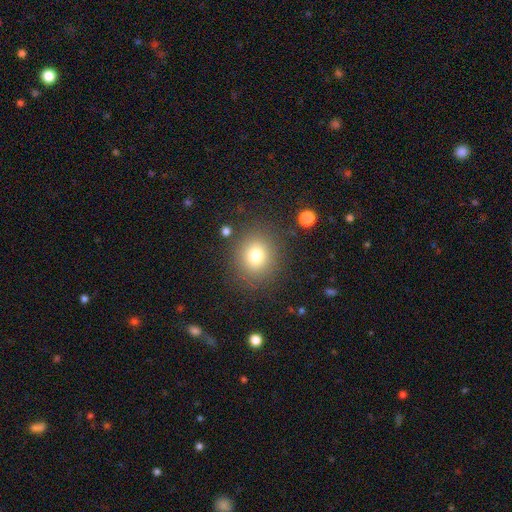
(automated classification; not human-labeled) Smooth or featured? Predicted: smooth (p=0.77). How rounded? Predicted: round (p=0.78). Merging? Predicted: none (p=0.84).